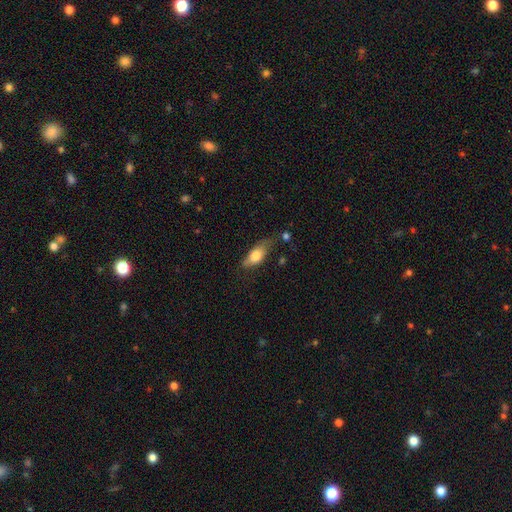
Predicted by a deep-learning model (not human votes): Smooth or featured?
  - smooth: 71% *
  - featured or disk: 22%
  - star or artifact: 7%
How rounded?
  - in between: 79% *
  - cigar-shaped: 17%
  - round: 4%
Merging?
  - none: 45% *
  - minor disturbance: 34%
  - major disturbance: 14%
  - merger: 6%